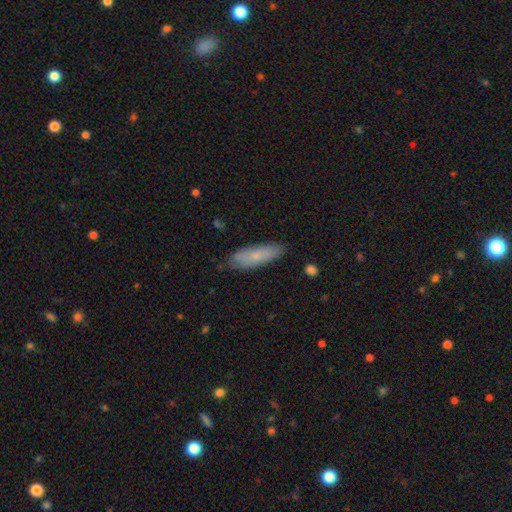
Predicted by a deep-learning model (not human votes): smooth 74%, featured or disk 20%, star or artifact 6%. Down the decision tree: how rounded — cigar-shaped (50%); merging — none (77%).